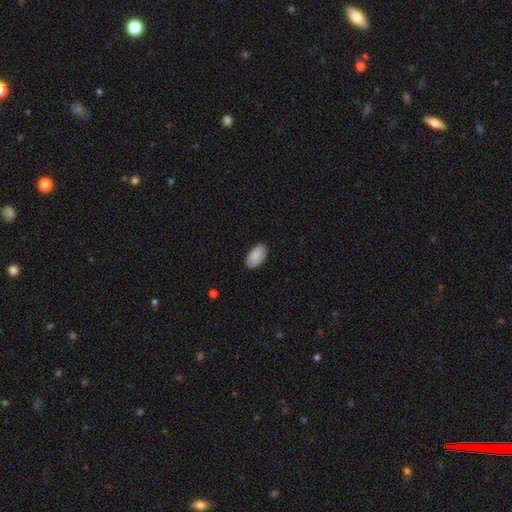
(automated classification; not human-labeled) This appears to be a smooth galaxy with no disk features (89%) that is in between round and cigar-shaped (95%). Merging: none (86%).